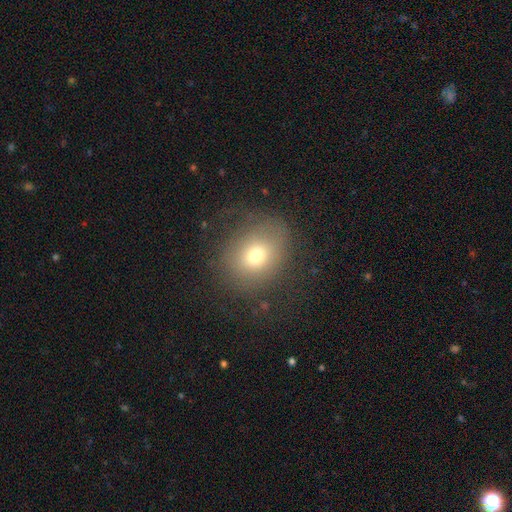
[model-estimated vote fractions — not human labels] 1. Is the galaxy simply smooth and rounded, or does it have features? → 69% smooth, 17% featured or disk, 14% star or artifact.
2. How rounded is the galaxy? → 61% round, 38% in between, 1% cigar-shaped.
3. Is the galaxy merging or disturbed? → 65% none, 19% minor disturbance, 15% major disturbance, 1% merger.